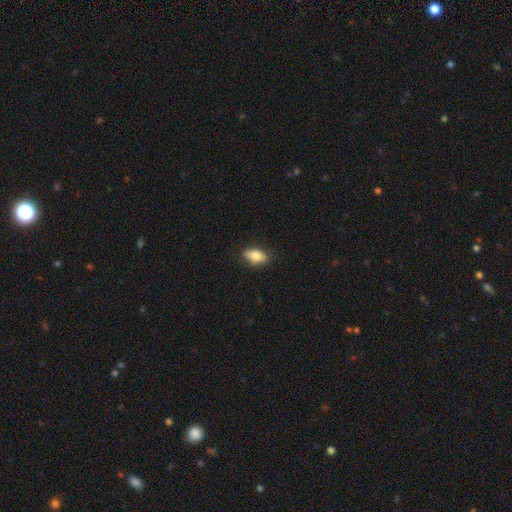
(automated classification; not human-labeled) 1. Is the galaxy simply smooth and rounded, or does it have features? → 79% smooth, 14% featured or disk, 7% star or artifact.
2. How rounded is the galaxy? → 87% in between, 7% round, 6% cigar-shaped.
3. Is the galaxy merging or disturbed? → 83% none, 14% minor disturbance, 2% major disturbance, 1% merger.